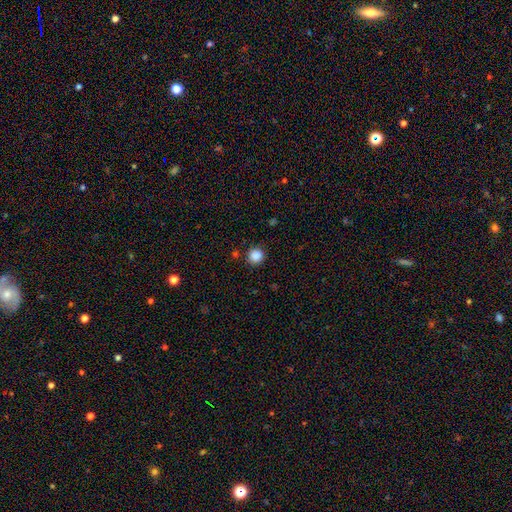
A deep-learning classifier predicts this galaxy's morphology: A smooth galaxy with no disk features (86%) that is round (93%).

Vote fractions:
- Smooth or featured? smooth: 86% / star or artifact: 11% / featured or disk: 3%
- How rounded? round: 93% / in between: 6% / cigar-shaped: 1%
- Merging? none: 86% / minor disturbance: 8% / major disturbance: 3% / merger: 3%